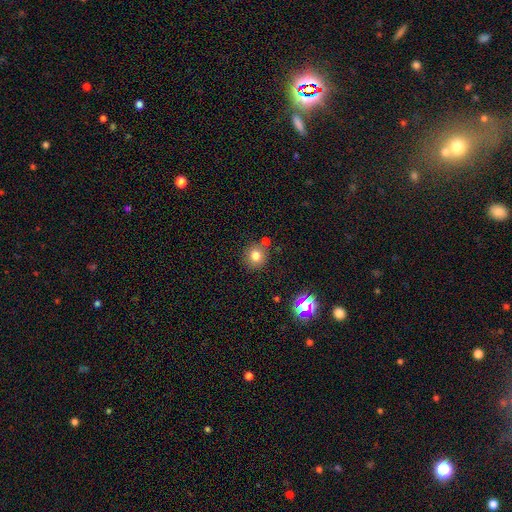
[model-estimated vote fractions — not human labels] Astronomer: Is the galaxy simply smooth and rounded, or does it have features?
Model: smooth — 77%.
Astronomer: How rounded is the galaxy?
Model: round — 88%.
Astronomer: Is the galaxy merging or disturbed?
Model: none — 77%.